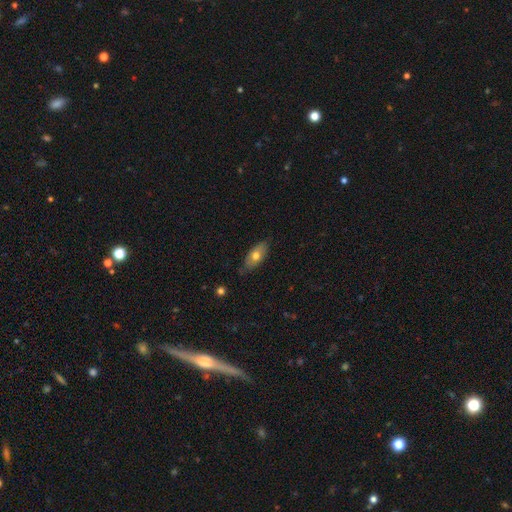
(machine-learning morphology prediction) Smooth or featured?
  - smooth: 65% *
  - featured or disk: 28%
  - star or artifact: 7%
How rounded?
  - in between: 83% *
  - cigar-shaped: 13%
  - round: 4%
Merging?
  - none: 79% *
  - minor disturbance: 17%
  - major disturbance: 3%
  - merger: 1%